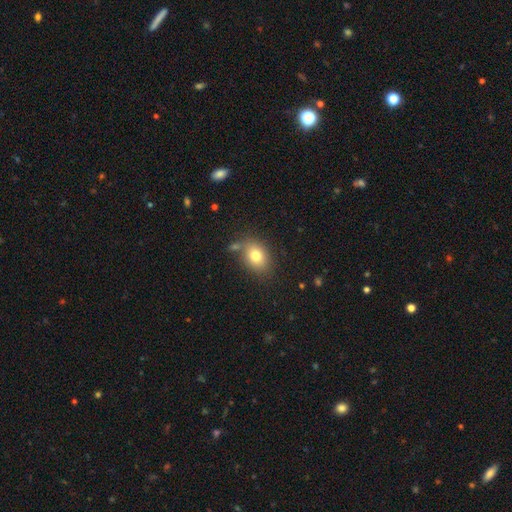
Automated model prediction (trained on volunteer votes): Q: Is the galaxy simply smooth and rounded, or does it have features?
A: smooth — 77%.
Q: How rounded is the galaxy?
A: in between — 63%.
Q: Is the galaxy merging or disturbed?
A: none — 71%.